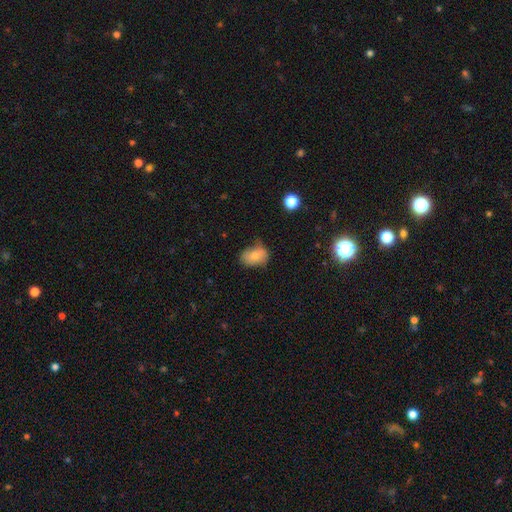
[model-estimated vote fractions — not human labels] Morphology: type=smooth (77%); roundness=in between (80%); merging=none (49%).